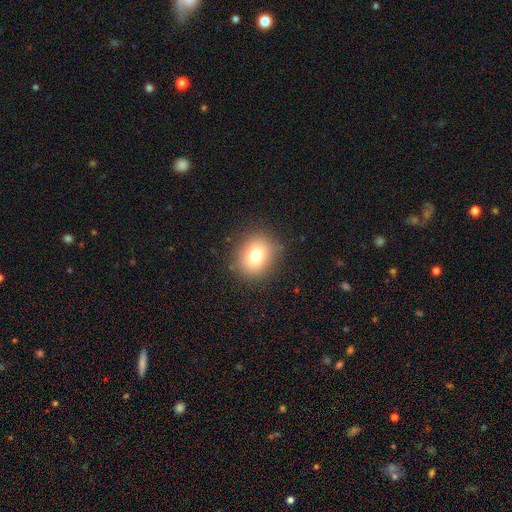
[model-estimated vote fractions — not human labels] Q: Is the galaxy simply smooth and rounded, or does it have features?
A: smooth — 77%.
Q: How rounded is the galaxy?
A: round — 70%.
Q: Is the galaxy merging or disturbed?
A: none — 87%.